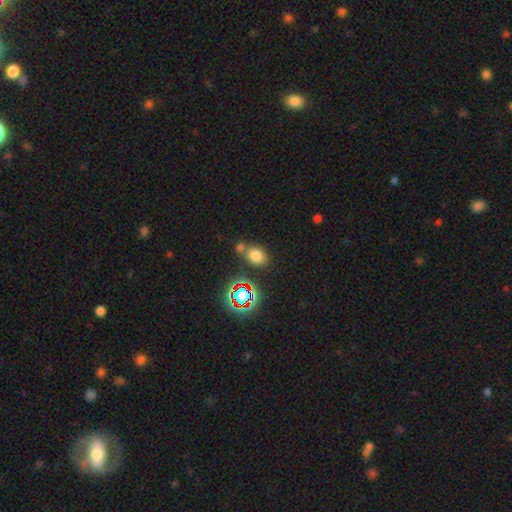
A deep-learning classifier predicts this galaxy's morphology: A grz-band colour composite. It shows a smooth galaxy with no disk features (72%) that is in between round and cigar-shaped (56%). Merging: none (63%).